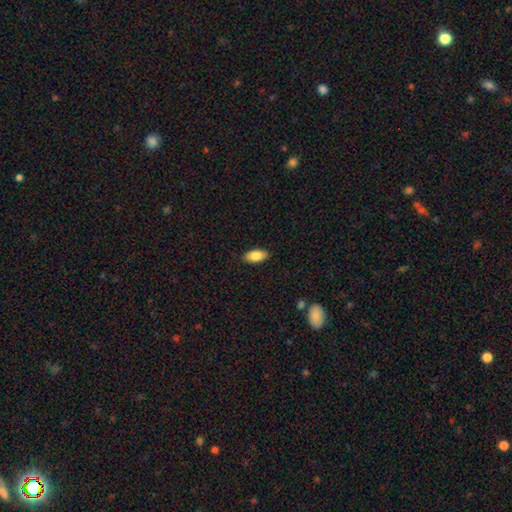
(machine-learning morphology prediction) Smooth or featured?
  - smooth: 84% *
  - featured or disk: 9%
  - star or artifact: 7%
How rounded?
  - in between: 92% *
  - cigar-shaped: 5%
  - round: 3%
Merging?
  - none: 88% *
  - minor disturbance: 9%
  - major disturbance: 2%
  - merger: 1%